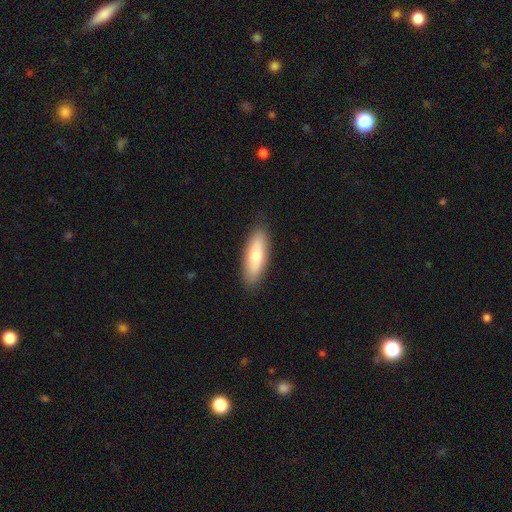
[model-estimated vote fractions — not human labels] This appears to be a smooth galaxy with no disk features (72%) that is in between round and cigar-shaped (59%). Merging: none (86%).